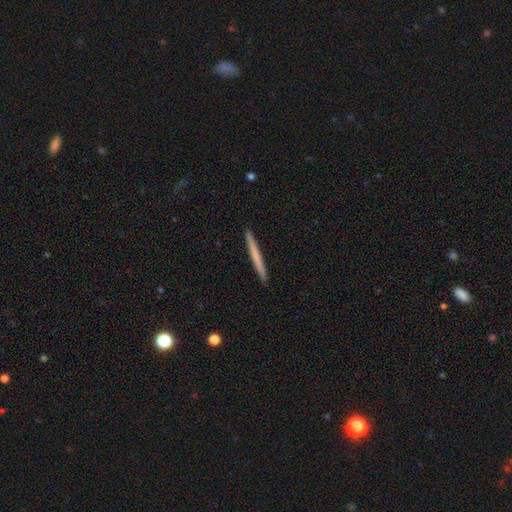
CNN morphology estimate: smooth-or-featured: smooth: 57% | featured or disk: 38% | star or artifact: 5%
  how-rounded: cigar-shaped: 97% | in between: 1% | round: 1%
  merging: none: 93% | minor disturbance: 5% | major disturbance: 1% | merger: 1%